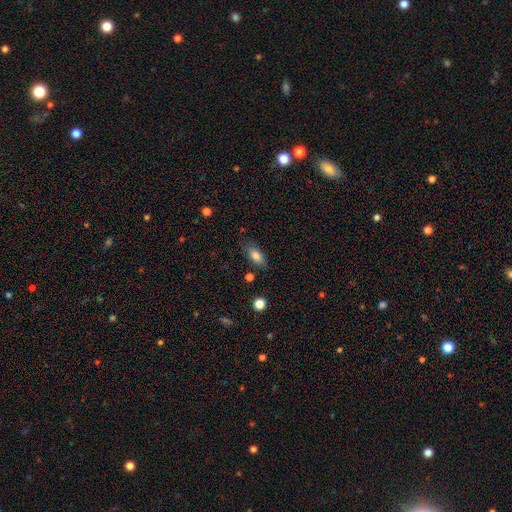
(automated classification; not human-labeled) This appears to be a smooth galaxy with no disk features (82%) that is in between round and cigar-shaped (84%). Merging: none (78%).